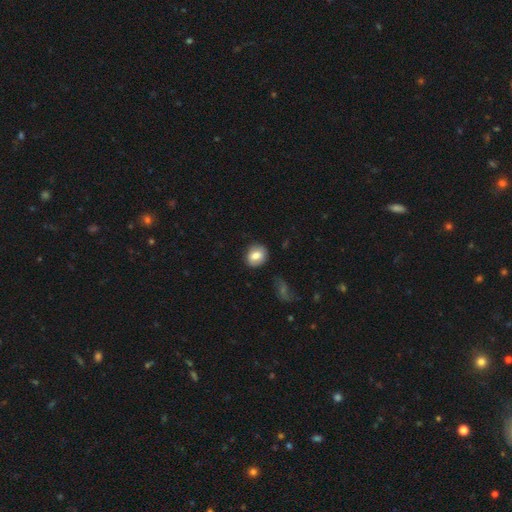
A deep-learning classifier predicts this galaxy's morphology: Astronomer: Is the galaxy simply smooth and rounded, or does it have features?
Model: smooth — 76%.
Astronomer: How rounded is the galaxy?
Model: round — 64%.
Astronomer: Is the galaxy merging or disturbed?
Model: none — 82%.